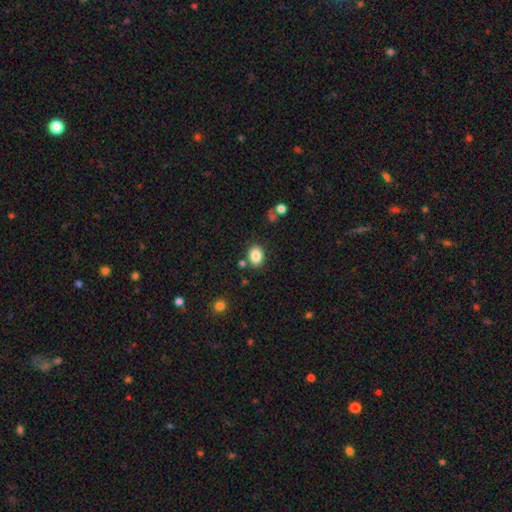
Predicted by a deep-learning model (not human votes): Morphology: type=smooth (86%); roundness=in between (54%); merging=none (80%).